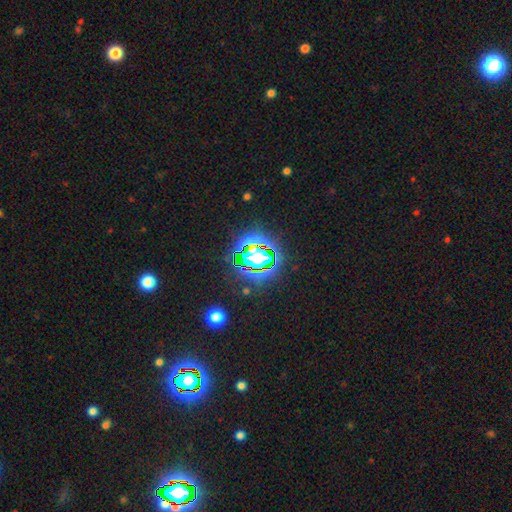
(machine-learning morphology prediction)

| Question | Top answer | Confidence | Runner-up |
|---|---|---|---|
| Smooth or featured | star or artifact | 79% | smooth (13%) |